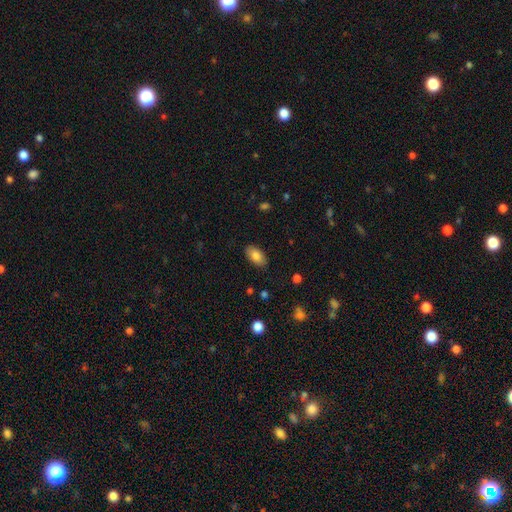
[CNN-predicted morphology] Smooth or featured? smooth (83%)
How rounded? in between (93%)
Merging? none (87%)